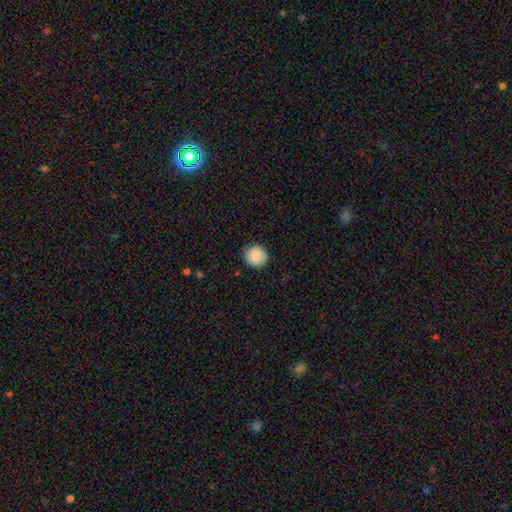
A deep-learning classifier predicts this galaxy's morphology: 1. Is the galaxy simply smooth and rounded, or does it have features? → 85% smooth, 8% featured or disk, 8% star or artifact.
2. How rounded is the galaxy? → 91% round, 9% in between, 1% cigar-shaped.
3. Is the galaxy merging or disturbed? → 87% none, 10% minor disturbance, 2% major disturbance, 1% merger.